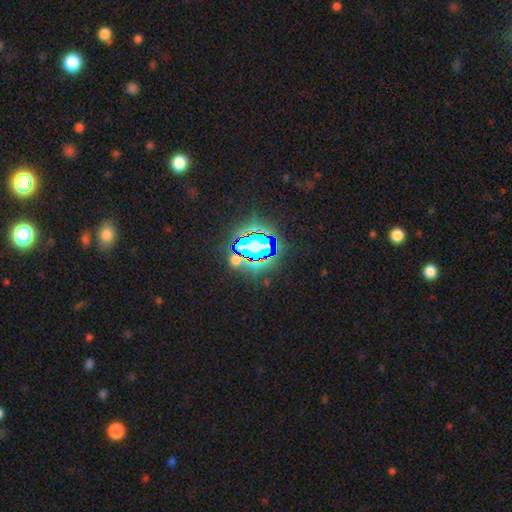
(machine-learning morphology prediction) This appears to be a star or artifact, not a galaxy (81%).